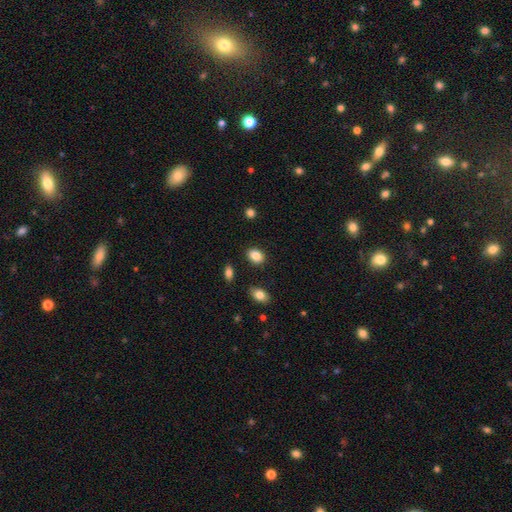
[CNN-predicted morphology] This appears to be a smooth galaxy with no disk features (86%) that is in between round and cigar-shaped (69%). Merging: none (86%).